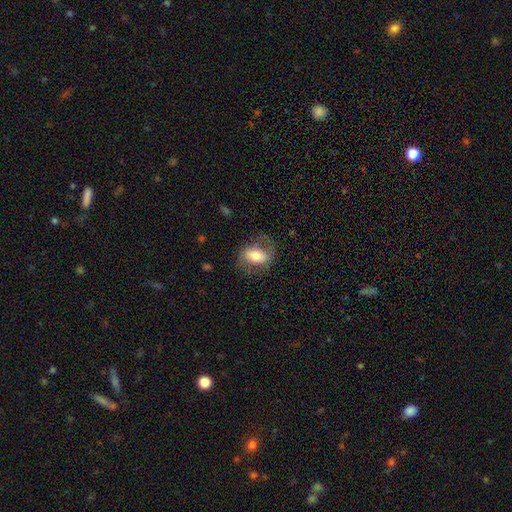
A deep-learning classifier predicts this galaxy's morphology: smooth_or_featured: smooth (p=0.48) [alt: featured or disk p=0.44]
merging: none (p=0.63) [alt: minor disturbance p=0.20]